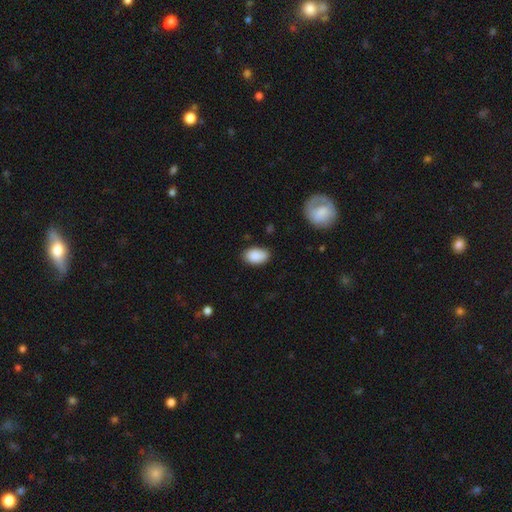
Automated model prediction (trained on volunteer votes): Overall: smooth (89%). How rounded: in between (92%). Merging: none (79%).